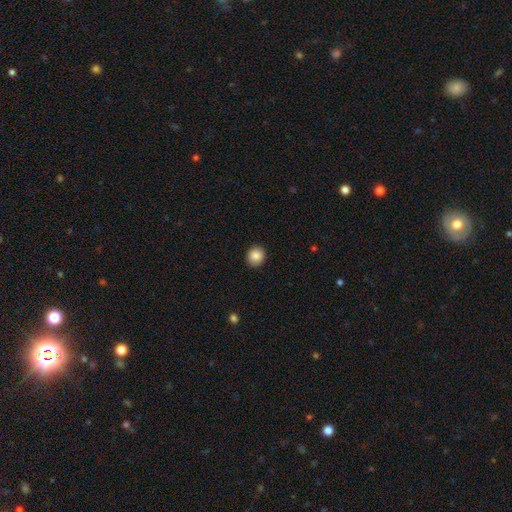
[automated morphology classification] Smooth or featured? Predicted: smooth (p=0.87). How rounded? Predicted: round (p=0.81). Merging? Predicted: none (p=0.89).